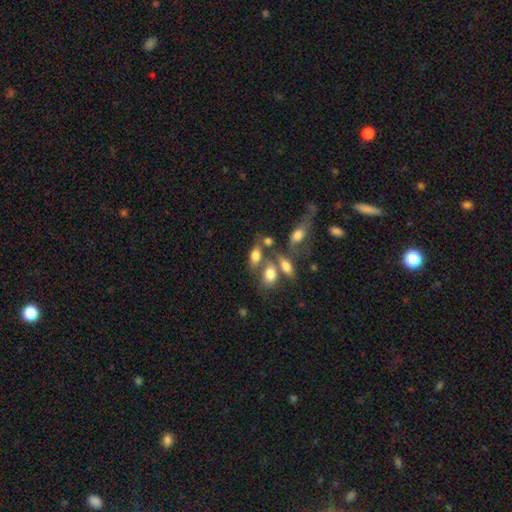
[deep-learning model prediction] smooth-or-featured: smooth: 71% | featured or disk: 18% | star or artifact: 11%
  how-rounded: in between: 79% | round: 15% | cigar-shaped: 5%
  merging: merger: 40% | none: 37% | minor disturbance: 14% | major disturbance: 10%